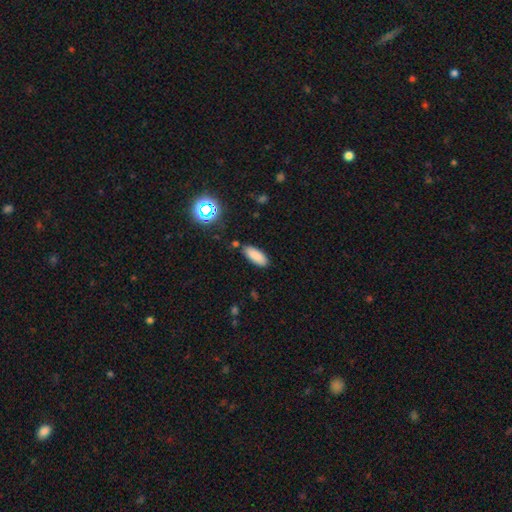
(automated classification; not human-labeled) This is clearly a smooth galaxy (85%). How rounded: likely in between (74%). Merging: clearly none (85%).